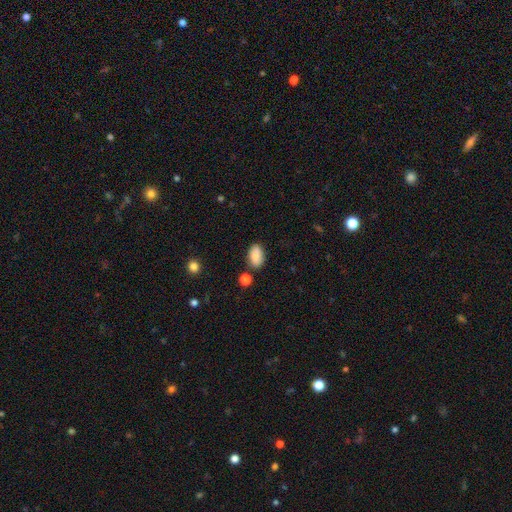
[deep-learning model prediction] Q: Smooth or featured?
A: smooth (87%); runner-up: star or artifact (8%)
Q: How rounded?
A: in between (92%); runner-up: round (6%)
Q: Merging?
A: none (82%); runner-up: minor disturbance (12%)